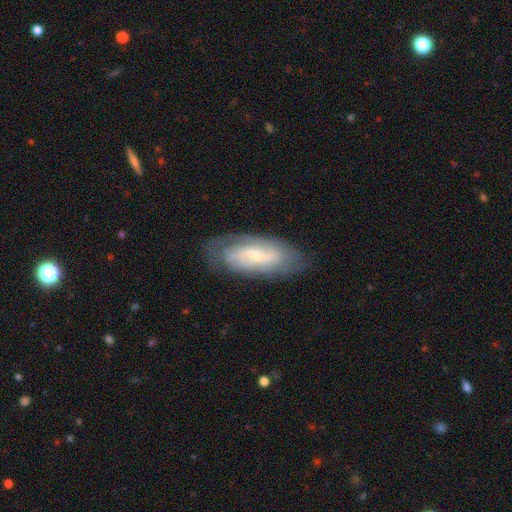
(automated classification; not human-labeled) smooth_or_featured: featured or disk (p=0.70) [alt: smooth p=0.24]
disk_edge_on: no (p=0.90) [alt: yes p=0.10]
bar: no (p=0.52) [alt: weak p=0.37]
has_spiral_arms: yes (p=0.88) [alt: no p=0.12]
spiral_winding: tight (p=0.48) [alt: medium p=0.37]
spiral_arm_count: can't tell (p=0.41) [alt: 2 p=0.40]
bulge_size: small (p=0.67) [alt: moderate p=0.26]
merging: none (p=0.74) [alt: minor disturbance p=0.18]